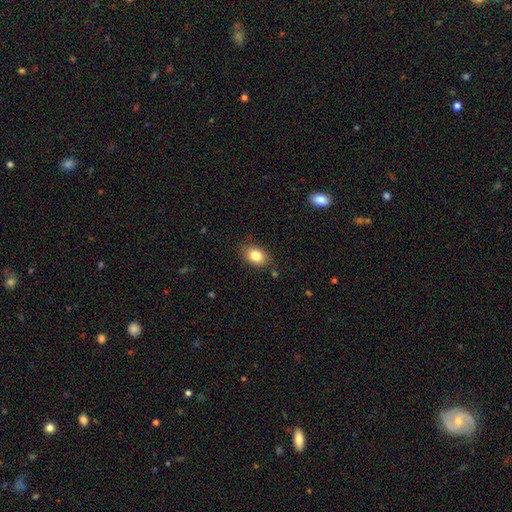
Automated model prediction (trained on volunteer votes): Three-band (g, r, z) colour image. It shows a smooth galaxy with no disk features (83%) that is in between round and cigar-shaped (78%). Merging: none (83%).